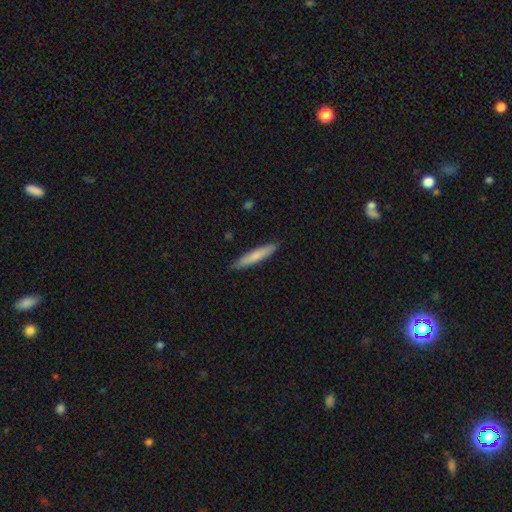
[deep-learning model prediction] Q: Smooth or featured?
A: smooth (74%); runner-up: featured or disk (20%)
Q: How rounded?
A: cigar-shaped (92%); runner-up: in between (7%)
Q: Merging?
A: none (89%); runner-up: minor disturbance (8%)